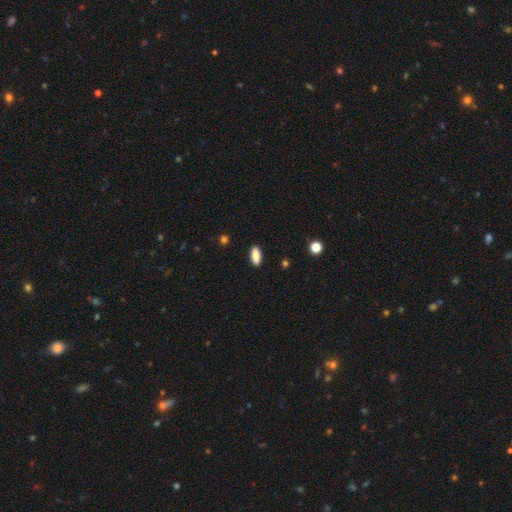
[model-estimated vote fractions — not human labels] smooth-or-featured: smooth: 86% | featured or disk: 7% | star or artifact: 7%
  how-rounded: in between: 76% | cigar-shaped: 22% | round: 2%
  merging: none: 90% | minor disturbance: 8% | major disturbance: 2% | merger: 1%